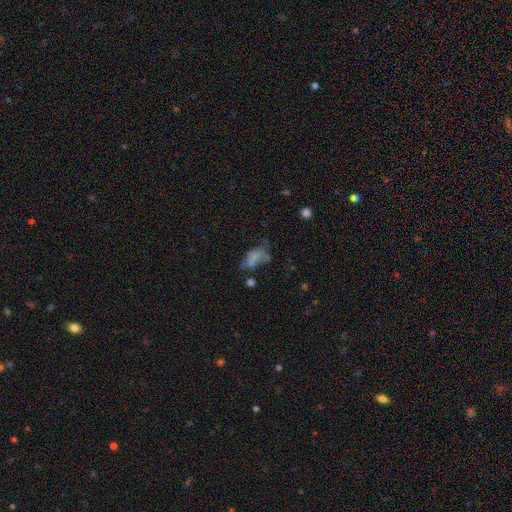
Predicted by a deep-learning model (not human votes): This is marginally a smooth galaxy (44%). Merging: marginally major disturbance (34%).